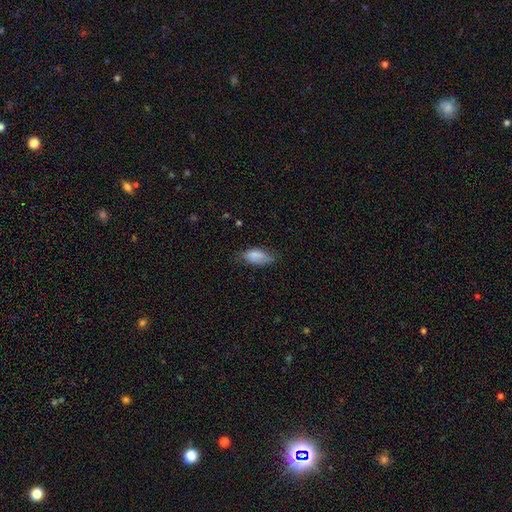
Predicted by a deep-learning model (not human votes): Smooth or featured? smooth (79%)
How rounded? in between (89%)
Merging? none (54%)